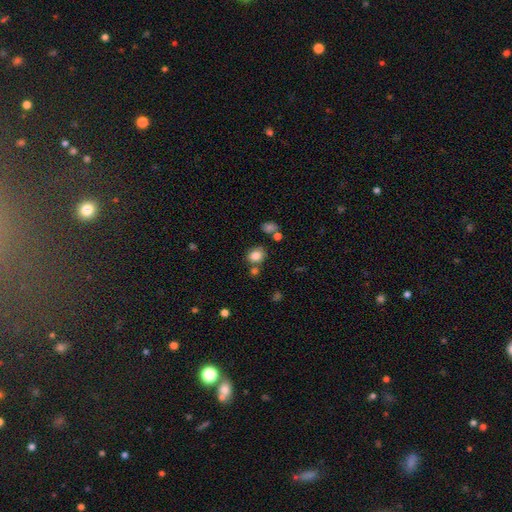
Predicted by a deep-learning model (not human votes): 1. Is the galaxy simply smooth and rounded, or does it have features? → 83% smooth, 11% star or artifact, 6% featured or disk.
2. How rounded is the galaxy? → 58% round, 41% in between, 1% cigar-shaped.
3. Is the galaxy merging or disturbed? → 69% none, 13% merger, 13% minor disturbance, 5% major disturbance.